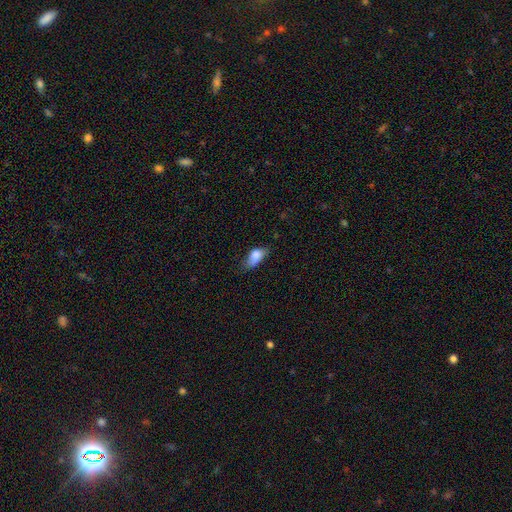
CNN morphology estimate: This appears to be a smooth galaxy with no disk features (83%) that is in between round and cigar-shaped (88%). Merging: none (45%).